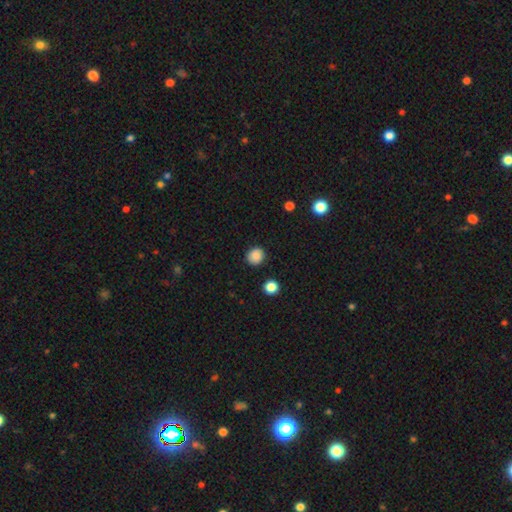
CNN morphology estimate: smooth 86%, star or artifact 10%, featured or disk 4%. Down the decision tree: how rounded — round (88%); merging — none (88%).